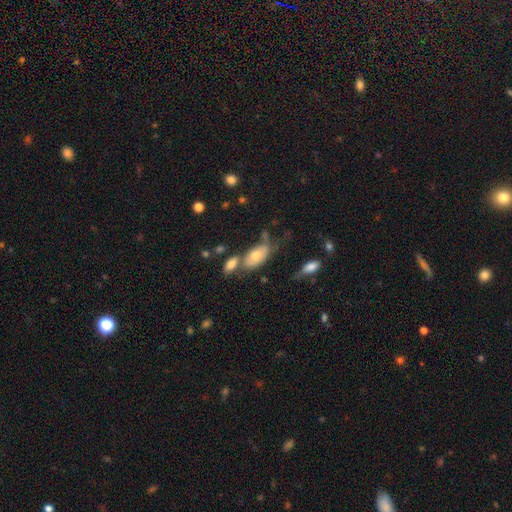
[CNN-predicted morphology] This appears to be a smooth galaxy with no disk features (61%) that is in between round and cigar-shaped (91%). Merging: none (38%).